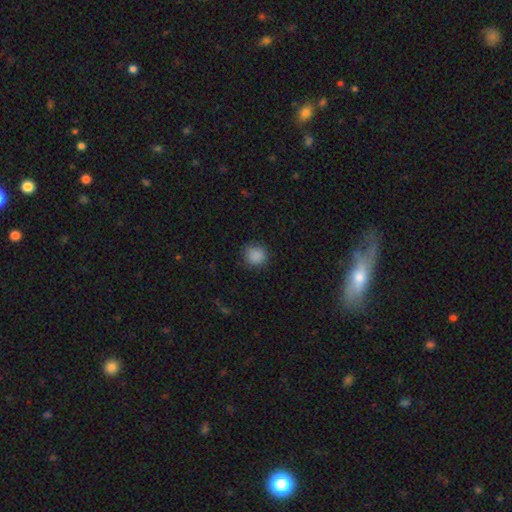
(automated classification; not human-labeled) smooth_or_featured: smooth (p=0.87) [alt: star or artifact p=0.10]
how_rounded: round (p=0.89) [alt: in between p=0.10]
merging: none (p=0.86) [alt: minor disturbance p=0.10]